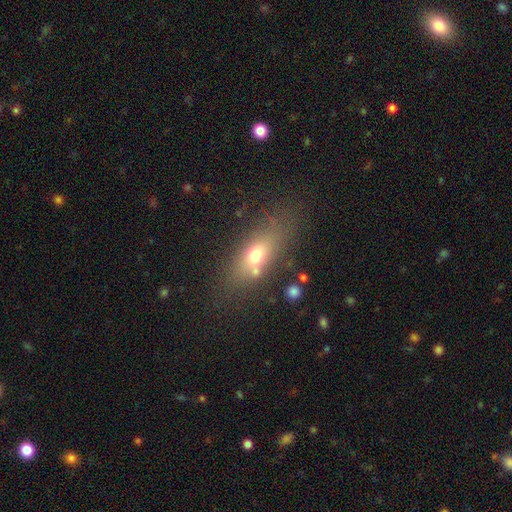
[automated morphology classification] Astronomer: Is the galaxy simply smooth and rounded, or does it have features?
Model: smooth — 65%.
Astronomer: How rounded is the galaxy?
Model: in between — 71%.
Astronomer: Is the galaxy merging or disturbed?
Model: none — 62%.